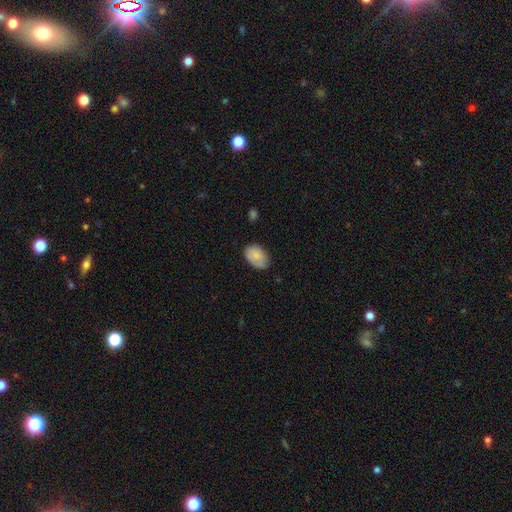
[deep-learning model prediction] The model was most divided on "merging": none: 73%, minor disturbance: 22%, major disturbance: 4%, merger: 1%. More confident: how rounded — in between (88%); smooth or featured — smooth (82%).